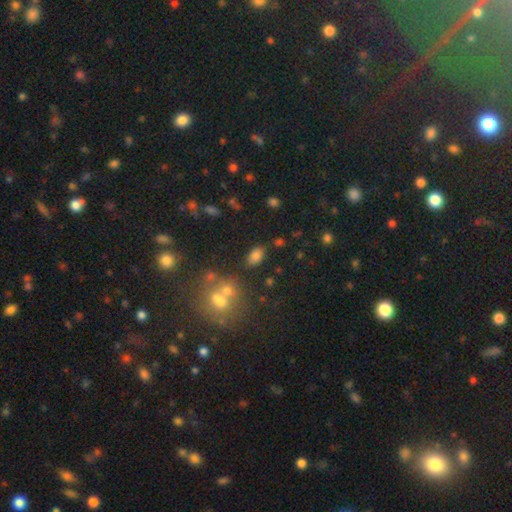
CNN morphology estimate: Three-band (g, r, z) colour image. It shows a smooth galaxy with no disk features (78%) that is in between round and cigar-shaped (90%). Merging: none (76%).